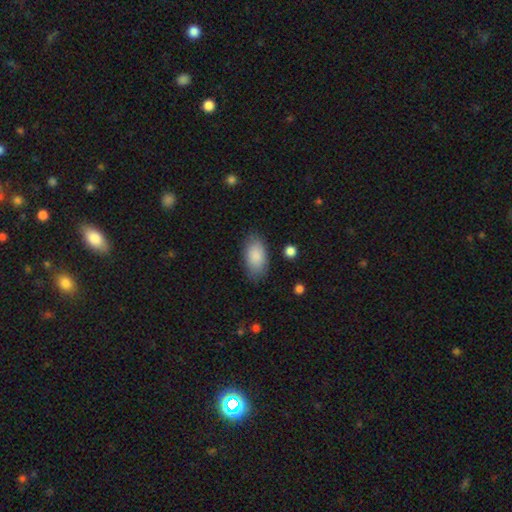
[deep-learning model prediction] Smooth or featured? Predicted: smooth (p=0.87). How rounded? Predicted: in between (p=0.94). Merging? Predicted: none (p=0.81).